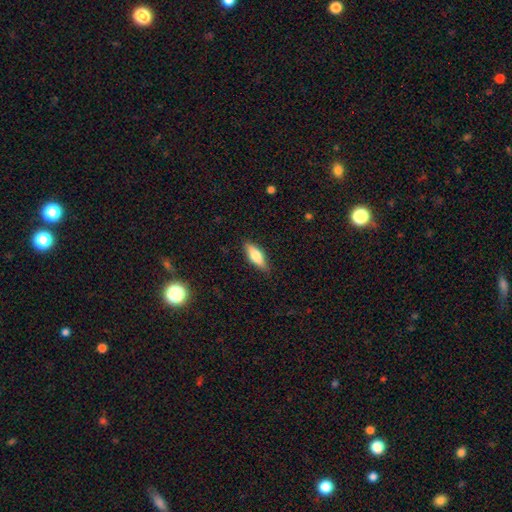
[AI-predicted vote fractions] Smooth or featured: smooth — 70% (featured or disk — 24%)
How rounded: in between — 61% (cigar-shaped — 37%)
Merging: none — 85% (minor disturbance — 11%)